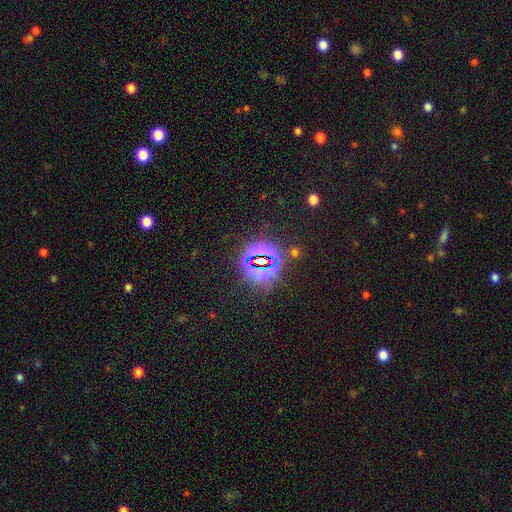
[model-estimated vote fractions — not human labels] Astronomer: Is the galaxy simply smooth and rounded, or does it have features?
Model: star or artifact — 79%.